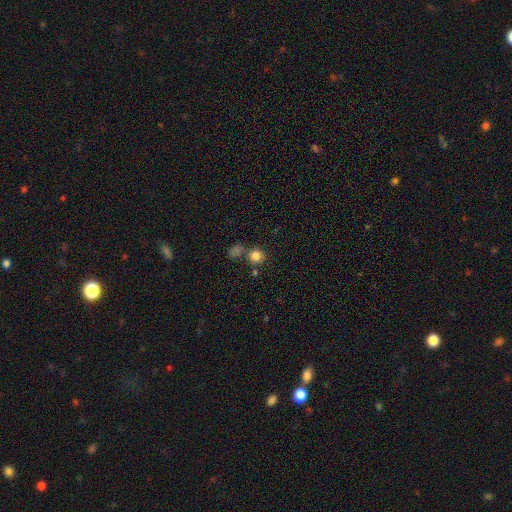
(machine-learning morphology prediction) smooth-or-featured: smooth: 80% | star or artifact: 14% | featured or disk: 6%
  how-rounded: round: 90% | in between: 9% | cigar-shaped: 1%
  merging: none: 67% | merger: 19% | minor disturbance: 9% | major disturbance: 4%